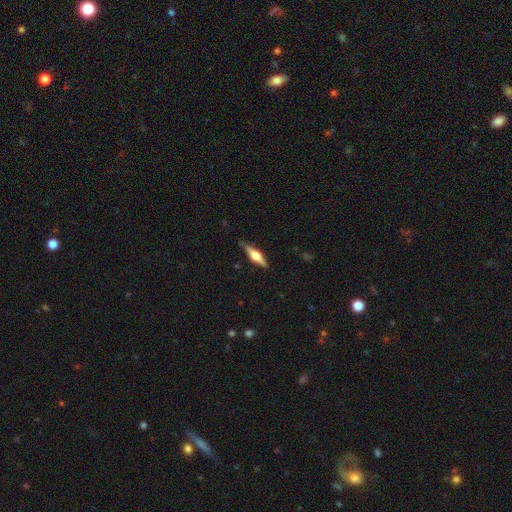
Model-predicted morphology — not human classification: Overall: featured or disk (63%; smooth 31%). Edge-on disk: yes (96%). Edge-on bulge: rounded (89%). Merging: none (82%).